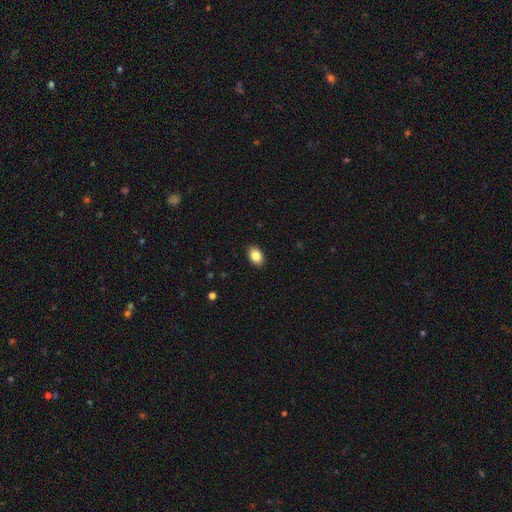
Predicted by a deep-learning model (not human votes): This is clearly a smooth galaxy (86%). How rounded: clearly in between (84%). Merging: clearly none (90%).